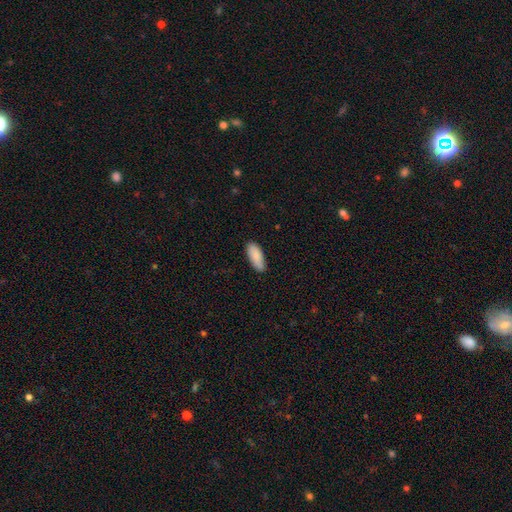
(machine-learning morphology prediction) smooth 88%, featured or disk 6%, star or artifact 6%. Down the decision tree: how rounded — in between (79%); merging — none (83%).